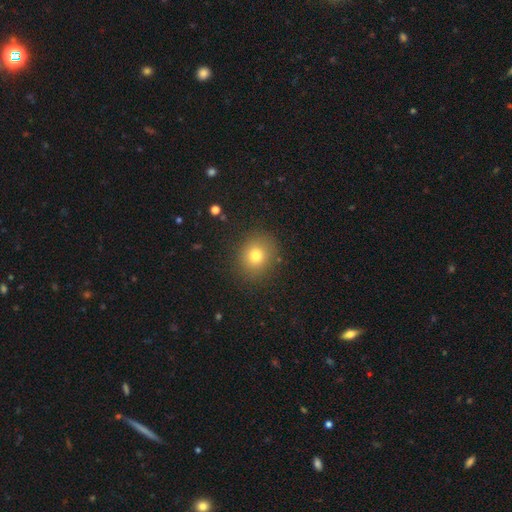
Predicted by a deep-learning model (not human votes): Smooth or featured: smooth — 76% (star or artifact — 14%)
How rounded: round — 78% (in between — 22%)
Merging: none — 87% (minor disturbance — 8%)